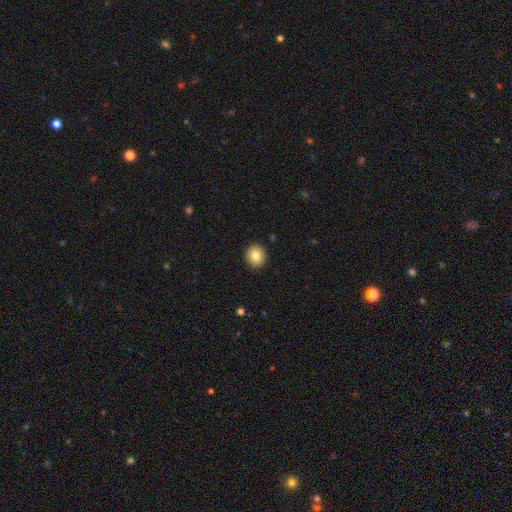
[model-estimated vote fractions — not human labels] Smooth or featured? Predicted: smooth (p=0.83). How rounded? Predicted: round (p=0.82). Merging? Predicted: none (p=0.92).